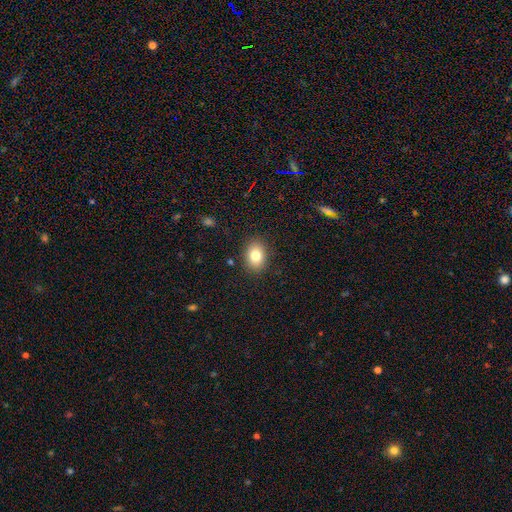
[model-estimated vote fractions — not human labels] Morphology: type=smooth (81%); roundness=in between (65%); merging=none (87%).